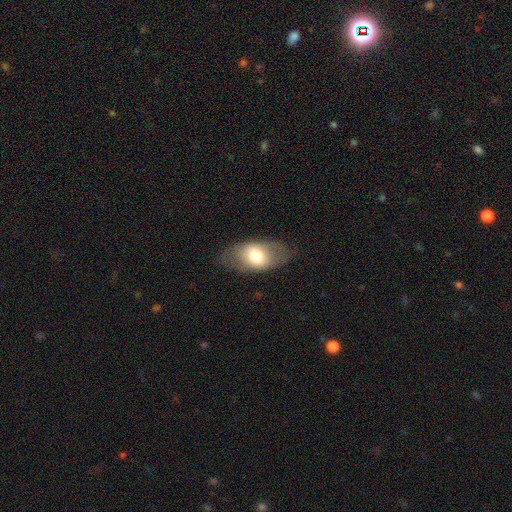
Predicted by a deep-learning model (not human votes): Smooth or featured?
  - smooth: 66% *
  - featured or disk: 27%
  - star or artifact: 7%
How rounded?
  - in between: 89% *
  - round: 8%
  - cigar-shaped: 3%
Merging?
  - none: 76% *
  - minor disturbance: 16%
  - major disturbance: 7%
  - merger: 1%